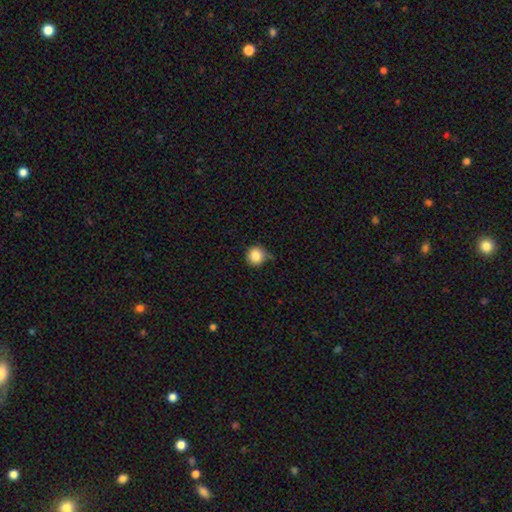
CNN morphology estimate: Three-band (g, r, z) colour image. It shows a smooth galaxy with no disk features (85%) that is round (93%). Merging: none (68%).